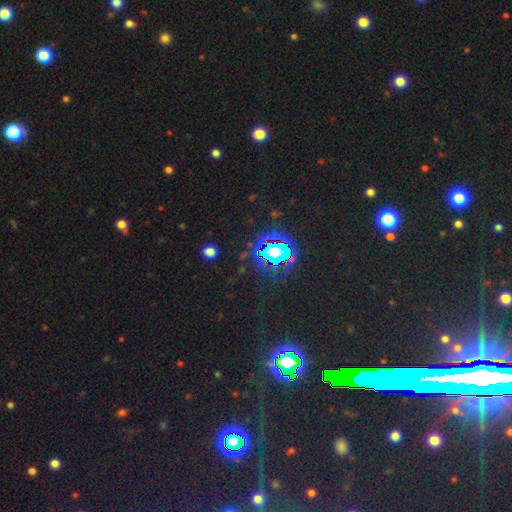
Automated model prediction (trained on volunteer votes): smooth_or_featured: star or artifact (p=0.81) [alt: smooth p=0.11]